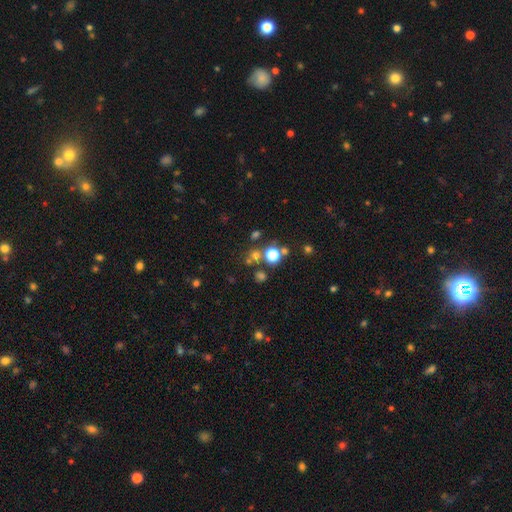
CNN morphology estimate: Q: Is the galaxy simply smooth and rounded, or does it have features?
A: smooth — 59%.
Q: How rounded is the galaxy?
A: round — 88%.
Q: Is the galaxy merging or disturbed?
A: none — 67%.